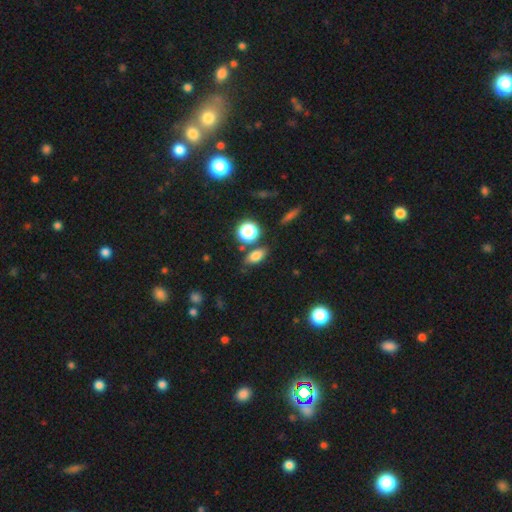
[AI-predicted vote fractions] This appears to be a smooth galaxy with no disk features (77%) that is in between round and cigar-shaped (77%). Merging: none (75%).